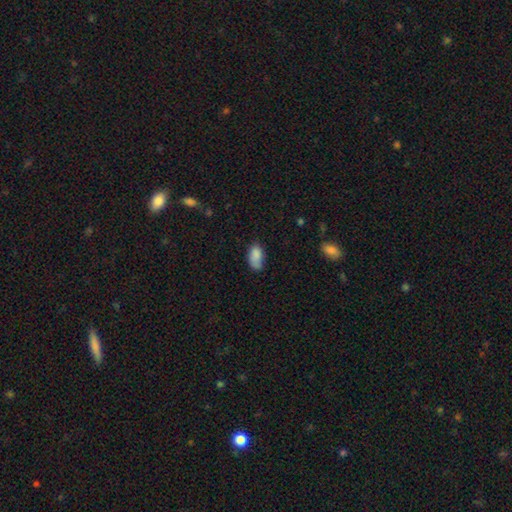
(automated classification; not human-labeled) This is clearly a smooth galaxy (85%). How rounded: clearly in between (93%). Merging: possibly none (54%).